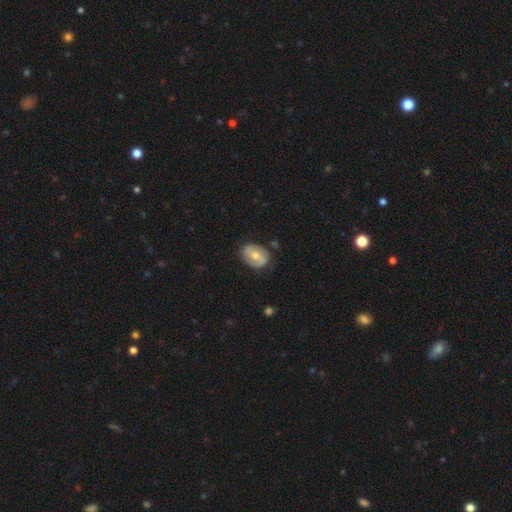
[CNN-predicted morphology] Overall: featured or disk (55%; smooth 39%). Edge-on disk: no (96%). Bar: weak (43%; no 34%). Spiral arms: yes (68%; no 32%). Bulge size: moderate (67%). Merging: none (73%).